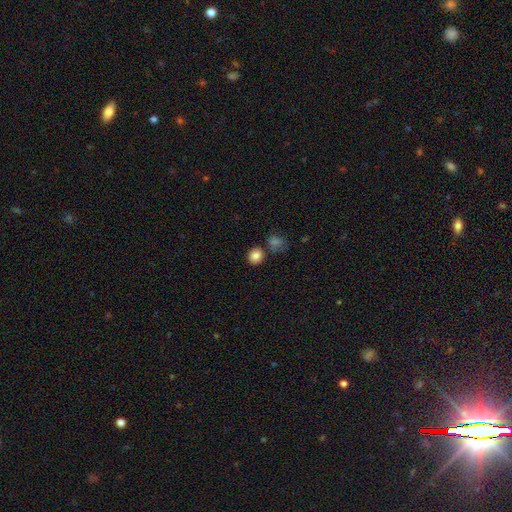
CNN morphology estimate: Overall: smooth (85%). How rounded: round (76%). Merging: none (77%).